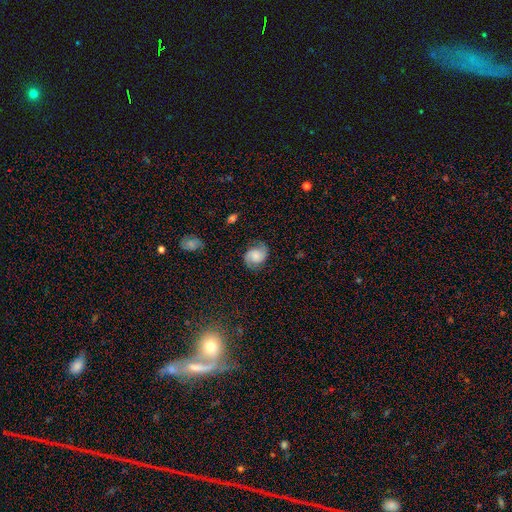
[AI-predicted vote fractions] This appears to be a featured or disk galaxy (69%) with no bar (62%), 2 (91%) medium (48%) spiral arms (96%) and a small central bulge (30%). Merging: none (78%).